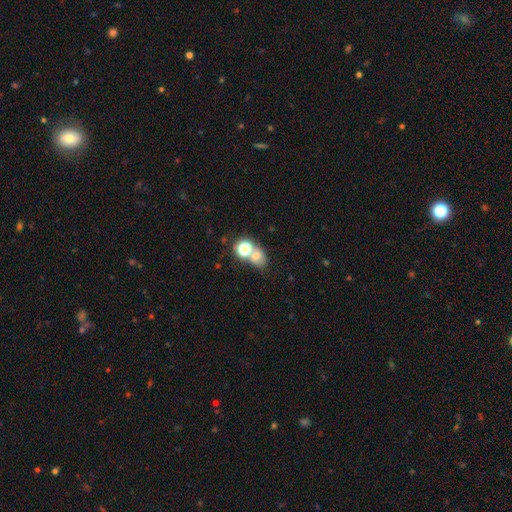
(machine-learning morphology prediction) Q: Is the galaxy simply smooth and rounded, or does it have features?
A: smooth — 66%.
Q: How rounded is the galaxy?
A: round — 54%.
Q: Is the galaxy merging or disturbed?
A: merger — 46%.